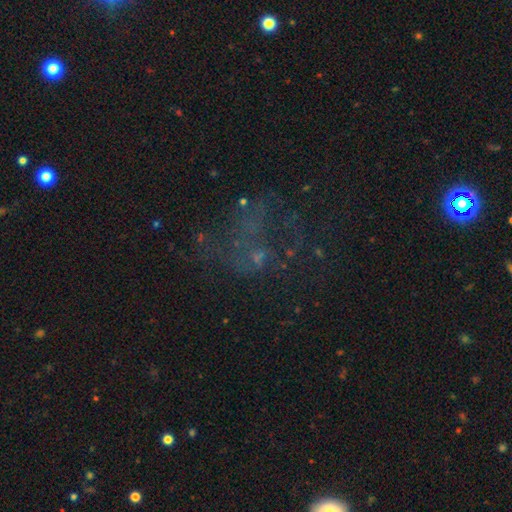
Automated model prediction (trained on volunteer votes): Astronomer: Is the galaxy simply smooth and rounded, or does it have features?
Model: featured or disk — 40% (runner-up: star or artifact, 35%).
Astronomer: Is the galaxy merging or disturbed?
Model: none — 39% (runner-up: major disturbance, 36%).